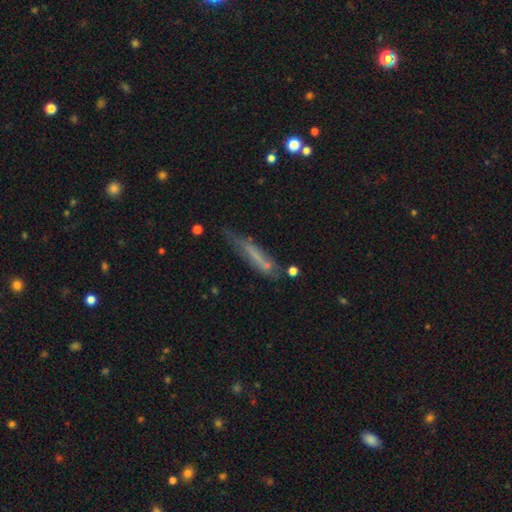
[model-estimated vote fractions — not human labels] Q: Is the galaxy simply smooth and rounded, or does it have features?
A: smooth — 53%.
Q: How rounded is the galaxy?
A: cigar-shaped — 86%.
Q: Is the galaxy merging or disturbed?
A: none — 44%.